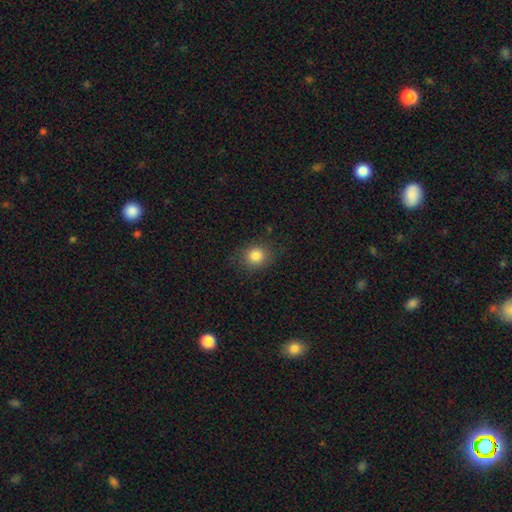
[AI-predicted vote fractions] smooth-or-featured: smooth: 84% | star or artifact: 11% | featured or disk: 6%
  how-rounded: round: 75% | in between: 24% | cigar-shaped: 1%
  merging: none: 85% | minor disturbance: 11% | major disturbance: 4% | merger: 1%